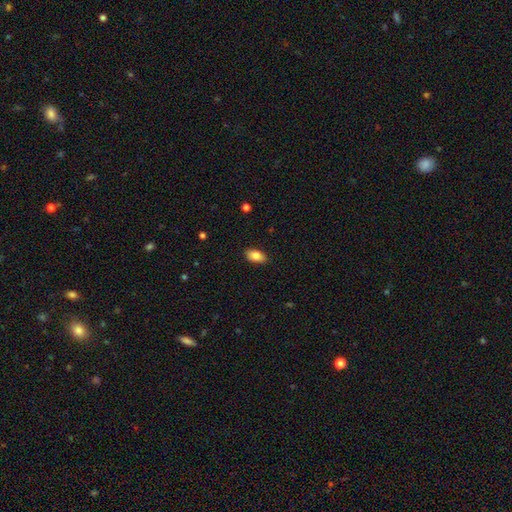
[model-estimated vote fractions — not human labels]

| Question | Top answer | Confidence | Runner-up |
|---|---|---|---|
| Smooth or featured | smooth | 84% | featured or disk (8%) |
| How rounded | in between | 92% | round (5%) |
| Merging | none | 88% | minor disturbance (9%) |